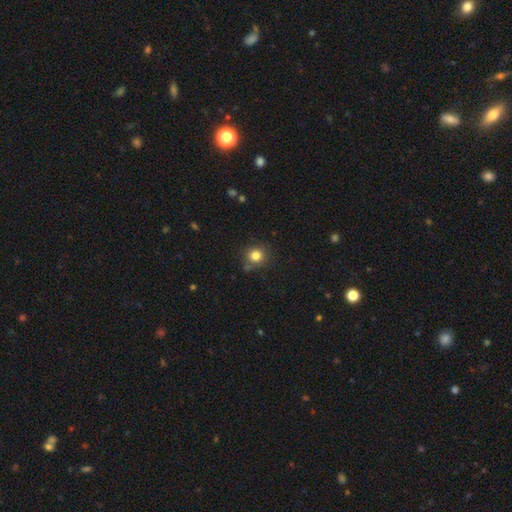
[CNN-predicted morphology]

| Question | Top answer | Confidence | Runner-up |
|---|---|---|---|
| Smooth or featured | smooth | 81% | star or artifact (12%) |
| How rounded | round | 88% | in between (11%) |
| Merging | none | 80% | minor disturbance (11%) |